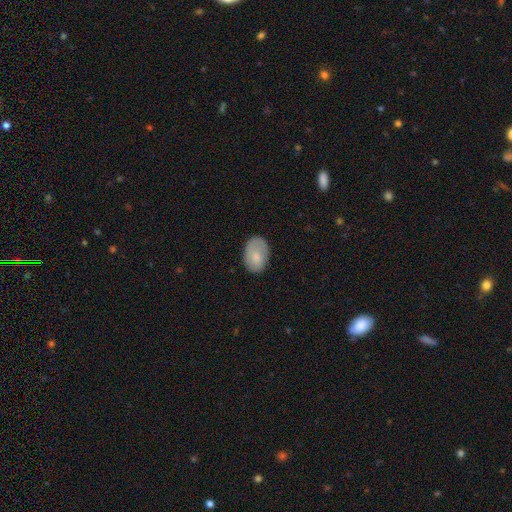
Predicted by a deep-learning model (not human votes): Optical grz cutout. It shows a smooth galaxy with no disk features (77%) that is in between round and cigar-shaped (84%). Merging: none (71%).